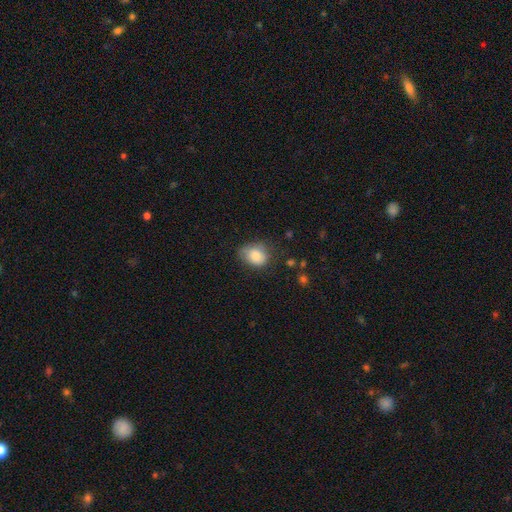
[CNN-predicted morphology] This appears to be a smooth galaxy with no disk features (83%) that is in between round and cigar-shaped (60%). Merging: none (61%).